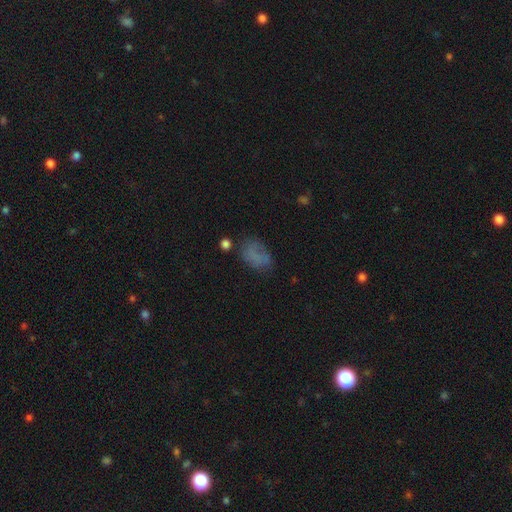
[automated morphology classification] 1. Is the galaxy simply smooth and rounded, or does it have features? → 63% smooth, 21% featured or disk, 16% star or artifact.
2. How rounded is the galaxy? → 81% in between, 17% round, 2% cigar-shaped.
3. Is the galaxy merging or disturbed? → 49% none, 25% minor disturbance, 19% major disturbance, 7% merger.